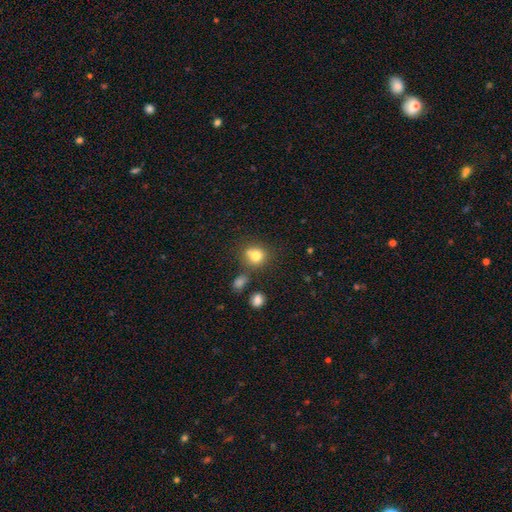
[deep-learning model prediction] smooth 77%, star or artifact 13%, featured or disk 11%. Down the decision tree: how rounded — round (83%); merging — none (60%).